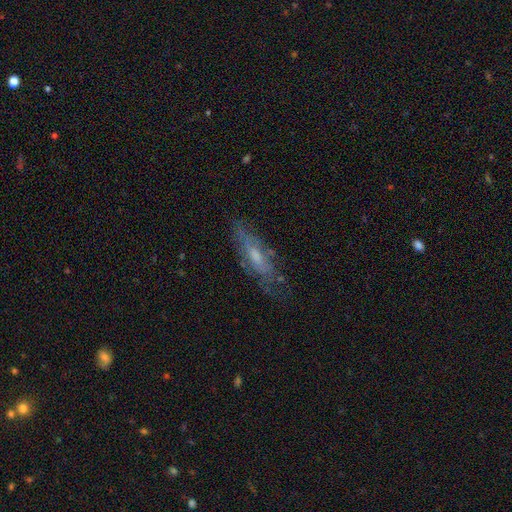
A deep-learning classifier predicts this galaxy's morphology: type=featured or disk (61%); edge-on=no (65%); merging=none (61%).